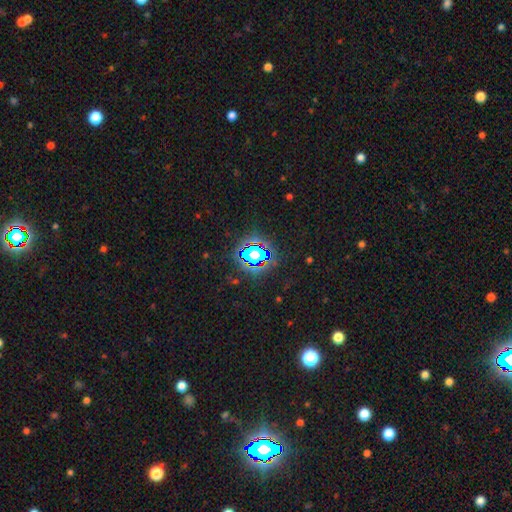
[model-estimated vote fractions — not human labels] Smooth or featured?
  - star or artifact: 66% *
  - smooth: 23%
  - featured or disk: 12%